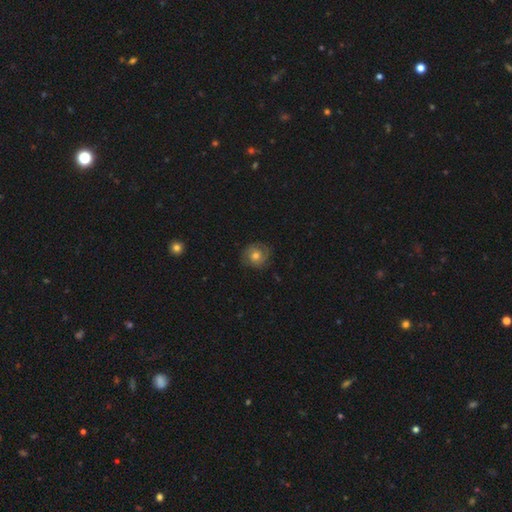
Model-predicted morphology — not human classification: Smooth or featured? Predicted: smooth (p=0.47). Merging? Predicted: none (p=0.79).